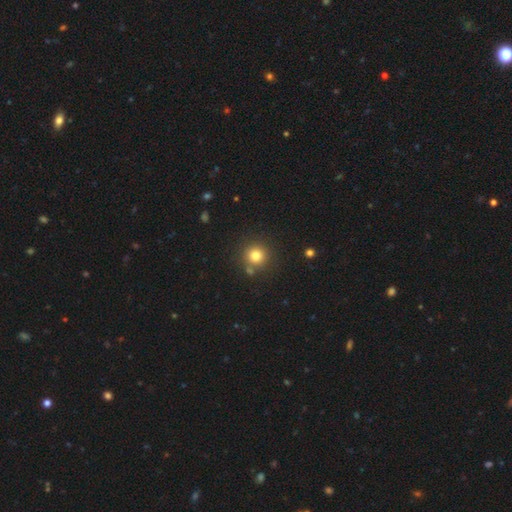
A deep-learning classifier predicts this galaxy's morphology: Smooth or featured? Predicted: smooth (p=0.78). How rounded? Predicted: round (p=0.94). Merging? Predicted: none (p=0.81).